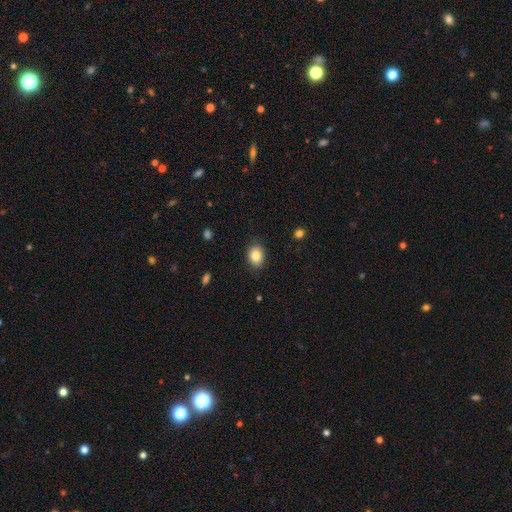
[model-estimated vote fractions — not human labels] Overall: smooth (85%). How rounded: in between (66%; round 33%). Merging: none (85%).